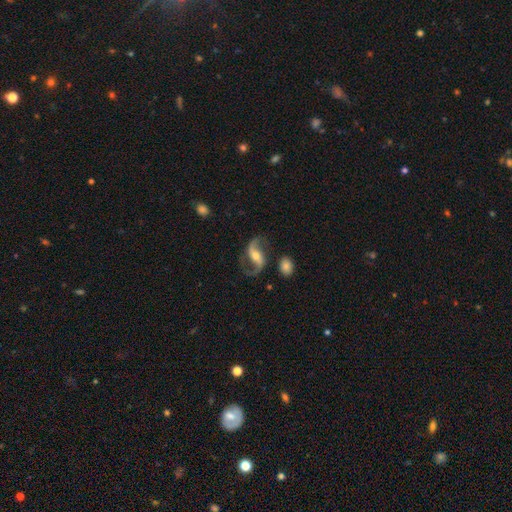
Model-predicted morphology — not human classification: This appears to be a featured or disk galaxy (90%) with a strong bar (39%), 2 (93%) loose (69%) spiral arms (97%) and a moderate central bulge (57%). Merging: none (77%).